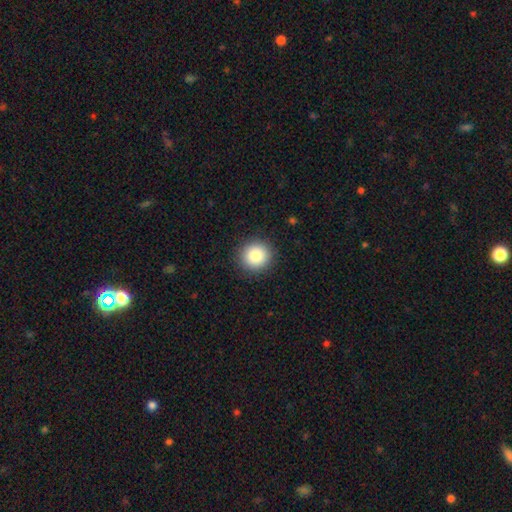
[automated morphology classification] Overall: smooth (86%). How rounded: round (92%). Merging: none (91%).